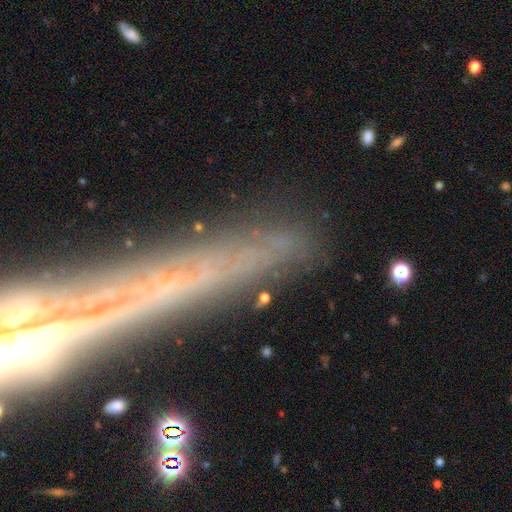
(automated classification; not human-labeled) featured or disk 53%, smooth 24%, star or artifact 22%. Down the decision tree: edge-on disk — yes (70%); merging — none (83%).